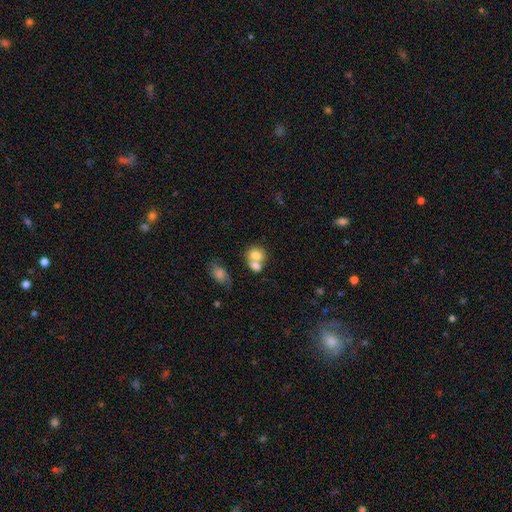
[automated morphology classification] This appears to be a smooth galaxy with no disk features (76%) that is round (52%). Merging: merger (58%).